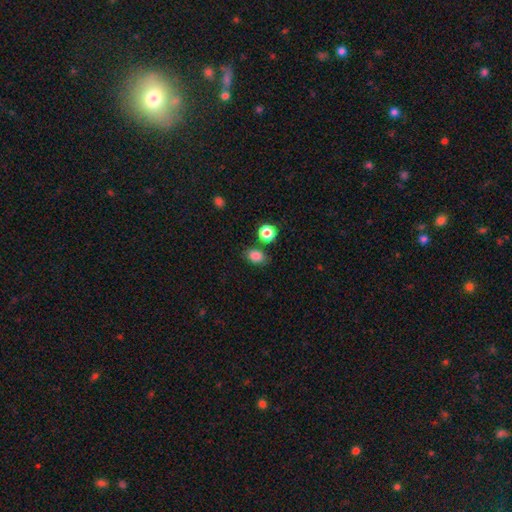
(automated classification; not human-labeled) Smooth or featured? smooth (84%)
How rounded? in between (62%)
Merging? none (74%)